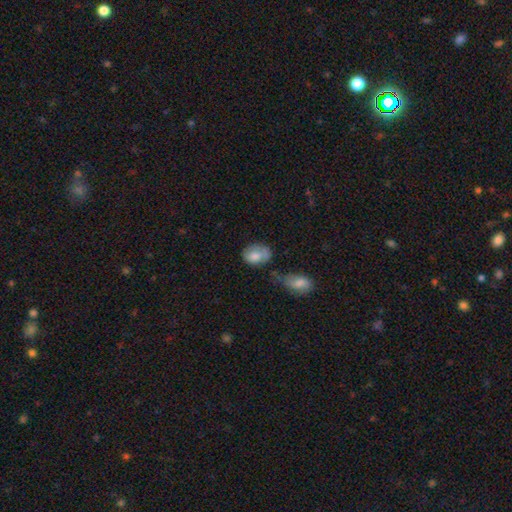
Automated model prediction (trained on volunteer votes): A smooth galaxy with no disk features (74%) that is in between round and cigar-shaped (73%).

Vote fractions:
- Smooth or featured? smooth: 74% / featured or disk: 19% / star or artifact: 7%
- How rounded? in between: 73% / round: 26% / cigar-shaped: 1%
- Merging? none: 39% / minor disturbance: 33% / major disturbance: 15% / merger: 13%